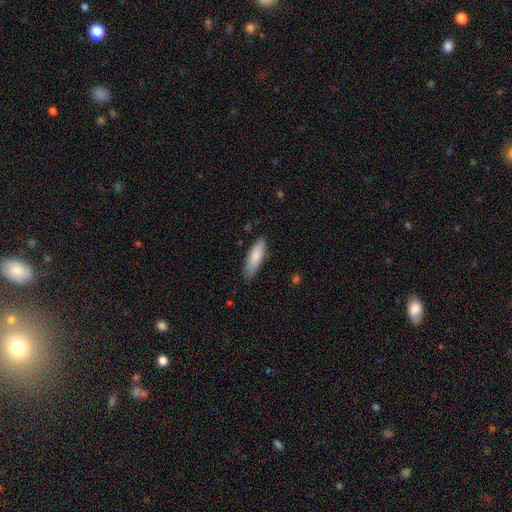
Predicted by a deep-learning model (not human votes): smooth 84%, featured or disk 11%, star or artifact 6%. Down the decision tree: how rounded — cigar-shaped (50%); merging — none (78%).